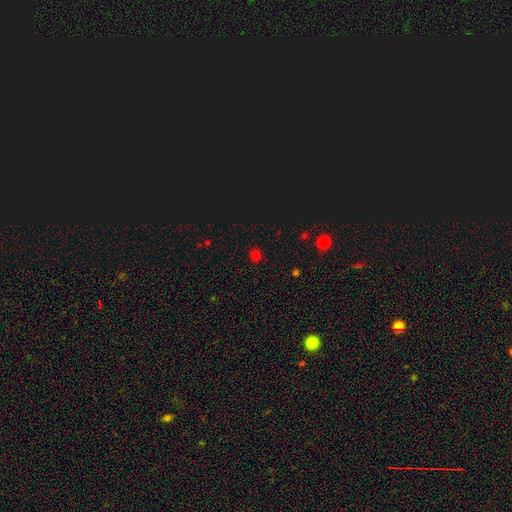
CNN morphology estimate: A smooth galaxy with no disk features (61%) that is round (74%).

Vote fractions:
- Smooth or featured? smooth: 61% / star or artifact: 35% / featured or disk: 4%
- How rounded? round: 74% / in between: 25% / cigar-shaped: 1%
- Merging? none: 85% / minor disturbance: 10% / major disturbance: 3% / merger: 2%